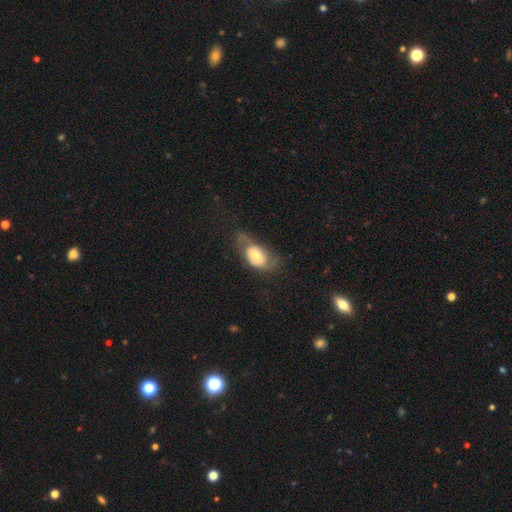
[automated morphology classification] This is possibly a smooth galaxy (60%). How rounded: clearly in between (87%). Merging: marginally none (36%).